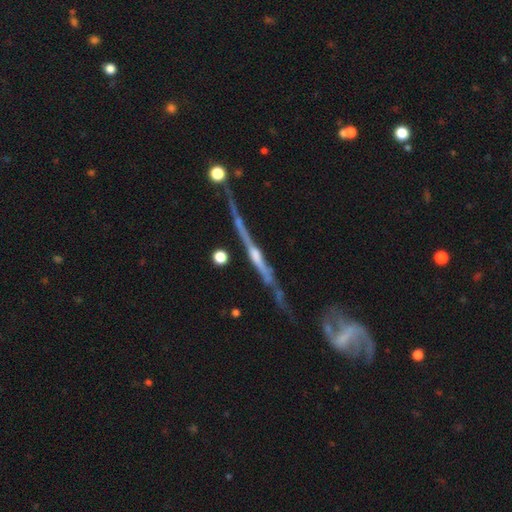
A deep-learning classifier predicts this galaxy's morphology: A featured or disk galaxy (82%) viewed edge-on (93%) with a rounded central bulge (64%).

Vote fractions:
- Smooth or featured? featured or disk: 82% / smooth: 10% / star or artifact: 9%
- Edge-on disk? yes: 93% / no: 7%
- Edge-on bulge? rounded: 64% / none: 22% / boxy: 14%
- Merging? none: 63% / minor disturbance: 20% / major disturbance: 9% / merger: 8%